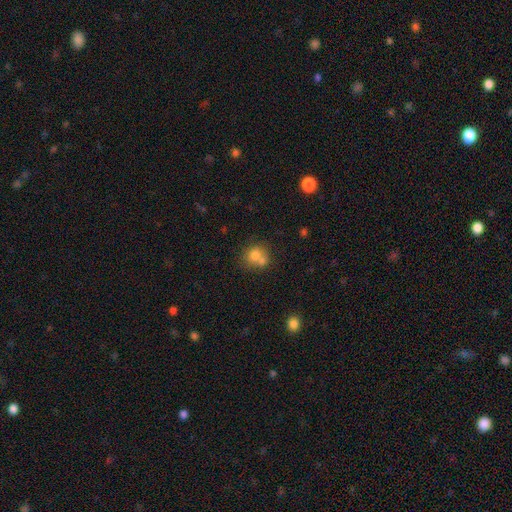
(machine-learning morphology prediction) smooth-or-featured: smooth: 74% | featured or disk: 15% | star or artifact: 12%
  how-rounded: round: 79% | in between: 20% | cigar-shaped: 1%
  merging: merger: 45% | none: 42% | minor disturbance: 10% | major disturbance: 4%